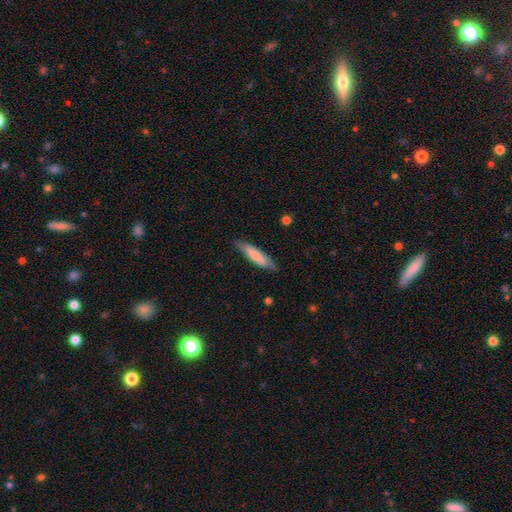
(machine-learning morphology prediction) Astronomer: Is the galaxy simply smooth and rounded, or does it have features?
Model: smooth — 67%.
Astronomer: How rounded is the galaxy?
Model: cigar-shaped — 76%.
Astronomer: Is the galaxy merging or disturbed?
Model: none — 80%.